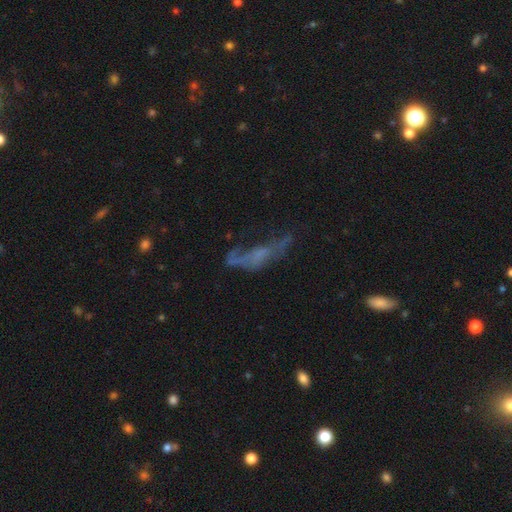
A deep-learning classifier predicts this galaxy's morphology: type=featured or disk (49%); merging=major disturbance (40%).